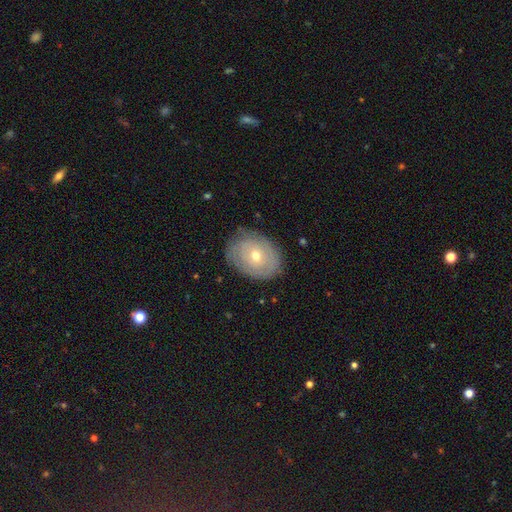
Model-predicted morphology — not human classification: smooth_or_featured: featured or disk (p=0.54) [alt: smooth p=0.38]
disk_edge_on: no (p=0.94) [alt: yes p=0.06]
bar: no (p=0.82) [alt: weak p=0.15]
has_spiral_arms: yes (p=0.56) [alt: no p=0.44]
bulge_size: moderate (p=0.55) [alt: small p=0.42]
merging: none (p=0.77) [alt: minor disturbance p=0.17]